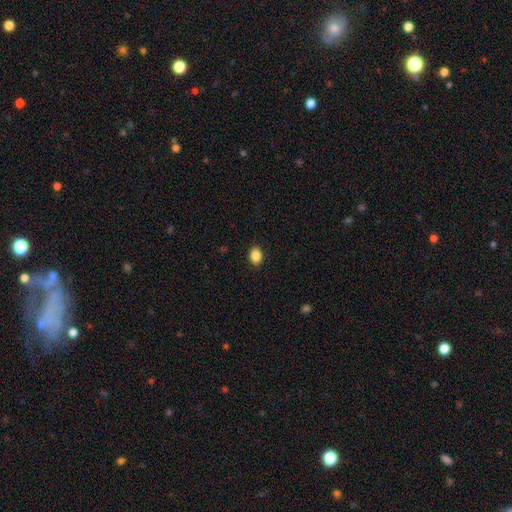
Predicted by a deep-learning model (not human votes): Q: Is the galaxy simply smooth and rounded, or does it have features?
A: smooth — 88%.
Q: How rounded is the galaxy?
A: in between — 76%.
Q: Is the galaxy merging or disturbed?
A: none — 90%.